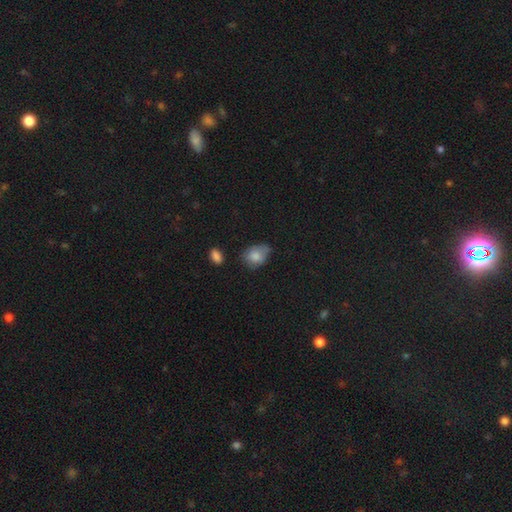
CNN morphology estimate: This is clearly a smooth galaxy (80%). How rounded: likely in between (71%). Merging: possibly none (46%).